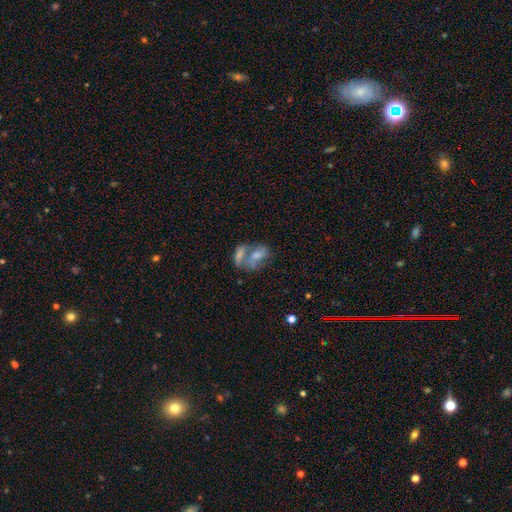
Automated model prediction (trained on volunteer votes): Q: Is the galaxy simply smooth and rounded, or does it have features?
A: smooth — 49%.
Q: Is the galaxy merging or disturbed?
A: merger — 61%.